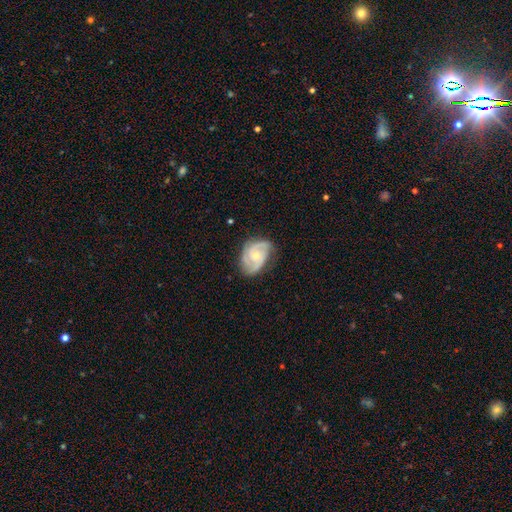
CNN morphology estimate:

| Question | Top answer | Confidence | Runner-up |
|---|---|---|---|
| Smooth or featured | featured or disk | 83% | smooth (12%) |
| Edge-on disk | no | 98% | yes (2%) |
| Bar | no | 69% | weak (26%) |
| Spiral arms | yes | 96% | no (4%) |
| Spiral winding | tight | 46% | medium (44%) |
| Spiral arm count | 3 | 42% | 2 (36%) |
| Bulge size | small | 56% | moderate (40%) |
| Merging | none | 68% | minor disturbance (23%) |